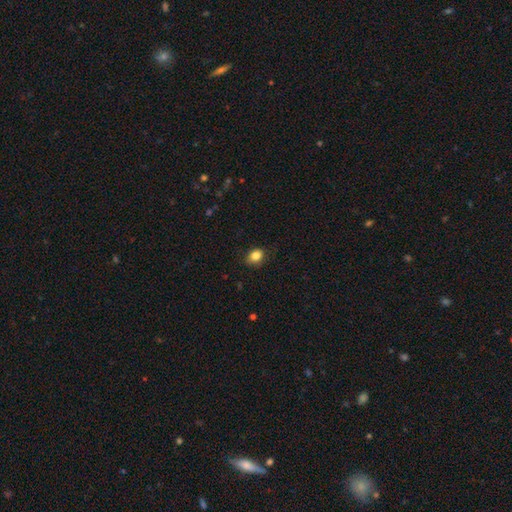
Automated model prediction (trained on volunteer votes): A smooth galaxy with no disk features (85%) that is in between round and cigar-shaped (55%). Merging: none (84%).